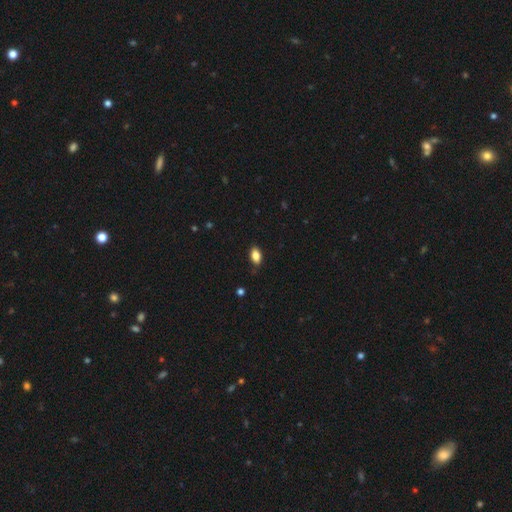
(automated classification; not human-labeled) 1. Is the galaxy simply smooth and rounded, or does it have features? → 85% smooth, 8% star or artifact, 6% featured or disk.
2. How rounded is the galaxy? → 90% in between, 7% round, 3% cigar-shaped.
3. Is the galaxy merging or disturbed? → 81% none, 16% minor disturbance, 3% major disturbance, 1% merger.